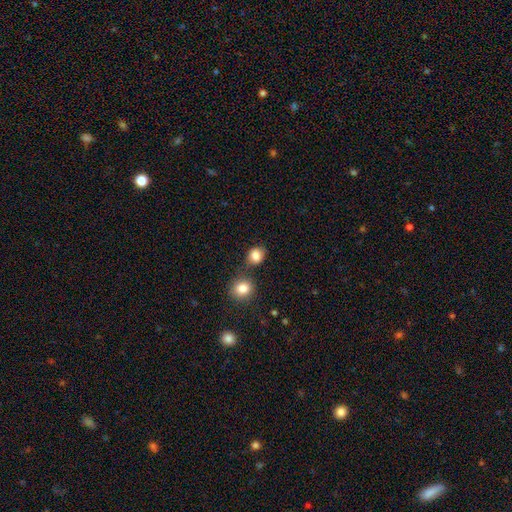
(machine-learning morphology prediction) Overall: smooth (84%). How rounded: round (71%). Merging: none (67%).